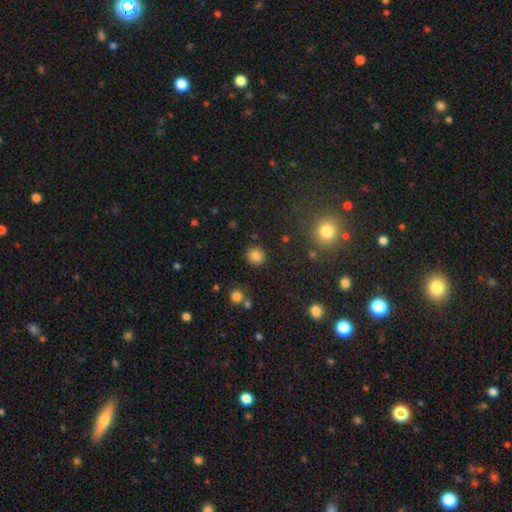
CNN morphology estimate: smooth 83%, star or artifact 12%, featured or disk 5%. Down the decision tree: how rounded — round (91%); merging — none (90%).